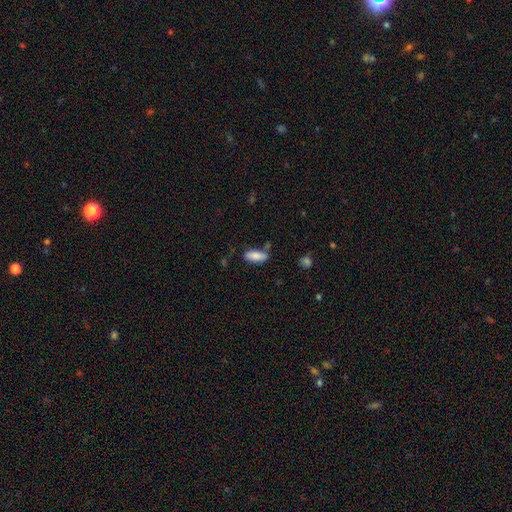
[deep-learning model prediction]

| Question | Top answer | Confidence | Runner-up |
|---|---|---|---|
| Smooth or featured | smooth | 84% | featured or disk (9%) |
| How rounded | in between | 79% | cigar-shaped (19%) |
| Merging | none | 68% | minor disturbance (20%) |